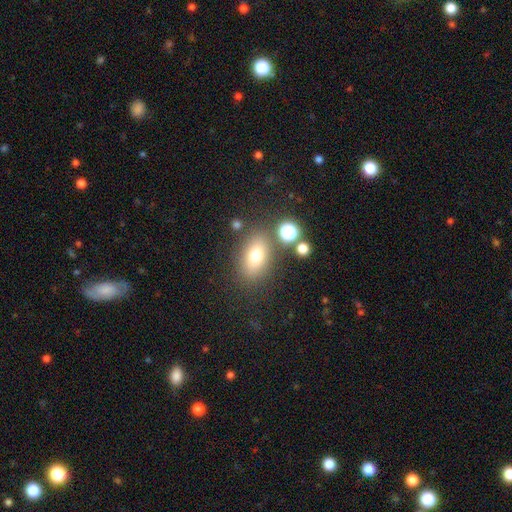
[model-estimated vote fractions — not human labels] This appears to be a smooth galaxy with no disk features (72%) that is in between round and cigar-shaped (78%). Merging: none (76%).